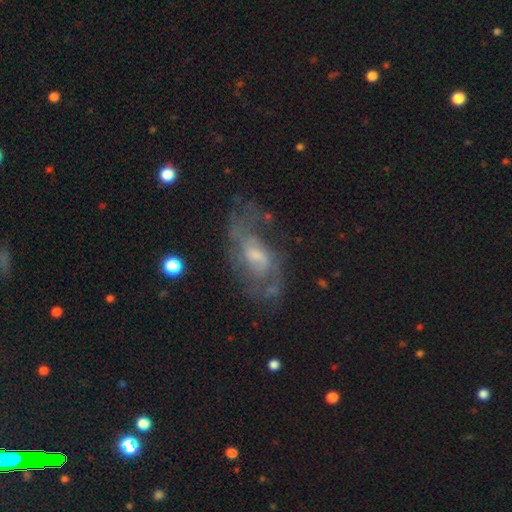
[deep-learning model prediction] Smooth or featured? featured or disk (73%)
Edge-on disk? no (94%)
Bar? weak (49%)
Spiral arms? yes (76%)
Spiral winding? medium (44%)
Spiral arm count? 2 (52%)
Bulge size? moderate (42%)
Merging? none (52%)